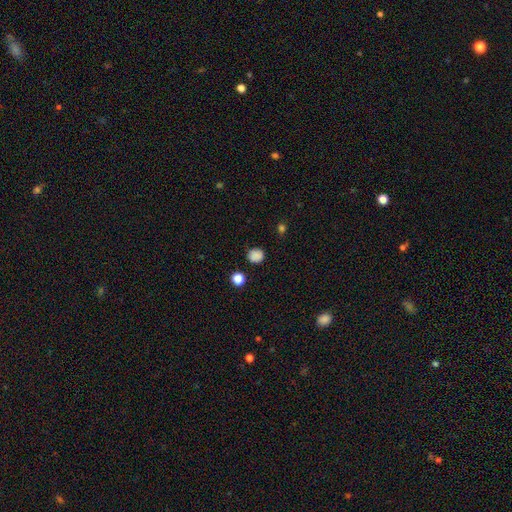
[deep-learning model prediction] Smooth or featured? Predicted: smooth (p=0.84). How rounded? Predicted: round (p=0.78). Merging? Predicted: none (p=0.83).